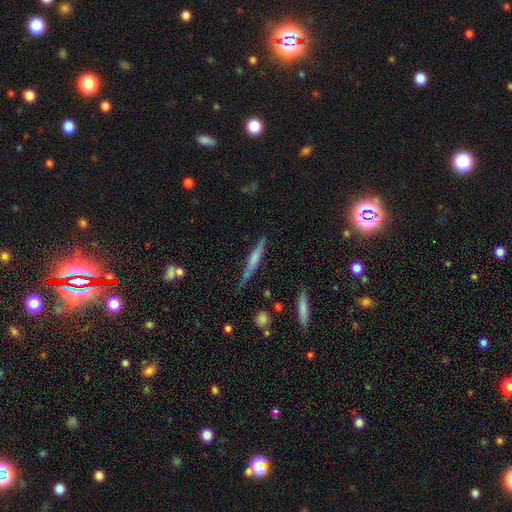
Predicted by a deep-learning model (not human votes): Q: Smooth or featured?
A: featured or disk (50%); runner-up: smooth (42%)
Q: Merging?
A: none (69%); runner-up: minor disturbance (22%)